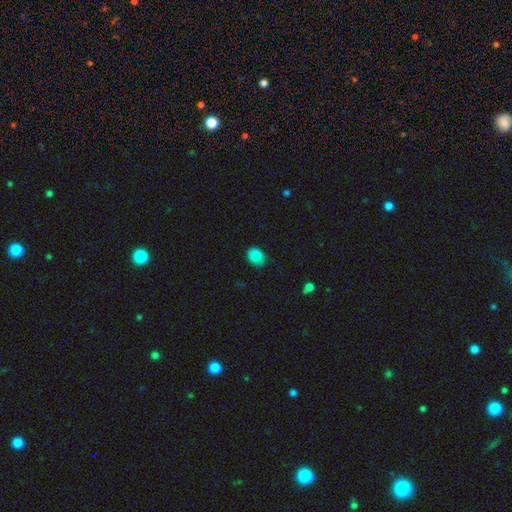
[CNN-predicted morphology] A smooth galaxy with no disk features (86%) that is in between round and cigar-shaped (58%). Merging: none (75%).